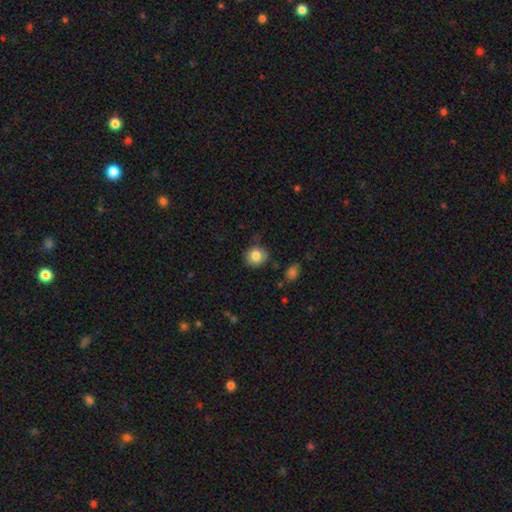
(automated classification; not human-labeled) Overall: smooth (82%). How rounded: round (81%). Merging: none (80%).